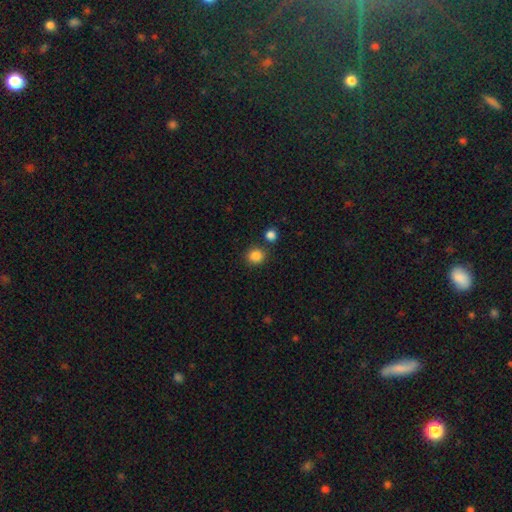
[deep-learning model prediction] smooth-or-featured: smooth: 85% | star or artifact: 11% | featured or disk: 4%
  how-rounded: round: 87% | in between: 12% | cigar-shaped: 1%
  merging: none: 79% | merger: 10% | minor disturbance: 8% | major disturbance: 3%